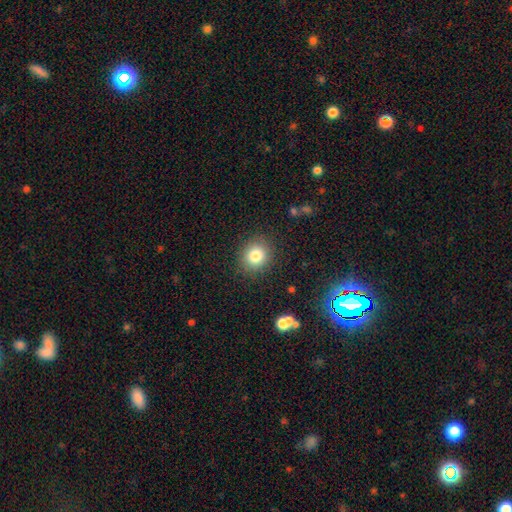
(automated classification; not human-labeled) smooth-or-featured: smooth: 81% | star or artifact: 11% | featured or disk: 7%
  how-rounded: round: 81% | in between: 18% | cigar-shaped: 1%
  merging: none: 88% | minor disturbance: 8% | major disturbance: 3% | merger: 1%